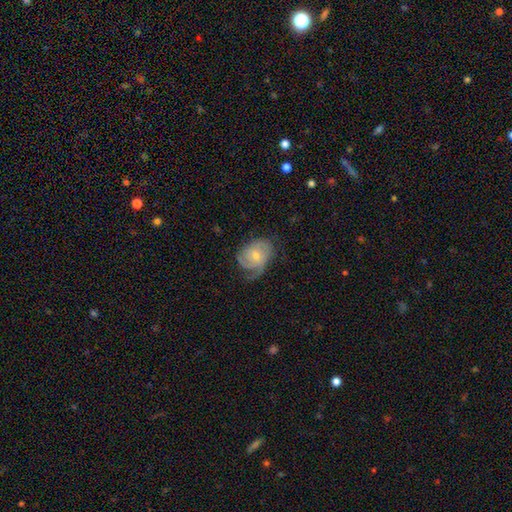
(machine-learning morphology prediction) A featured or disk galaxy (70%) with no bar (70%), 2 (27%) tight (47%) spiral arms (91%) and a small central bulge (55%).

Vote fractions:
- Smooth or featured? featured or disk: 70% / smooth: 24% / star or artifact: 6%
- Edge-on disk? no: 97% / yes: 3%
- Bar? no: 70% / weak: 26% / strong: 4%
- Spiral arms? yes: 91% / no: 9%
- Spiral winding? tight: 47% / medium: 37% / loose: 17%
- Spiral arm count? 2: 27% / 3: 24% / can't tell: 24% / 1: 16% / 4: 5% / more than 4: 3%
- Bulge size? small: 55% / moderate: 40% / large: 2% / none: 2% / dominant: 1%
- Merging? none: 50% / minor disturbance: 28% / major disturbance: 20% / merger: 1%